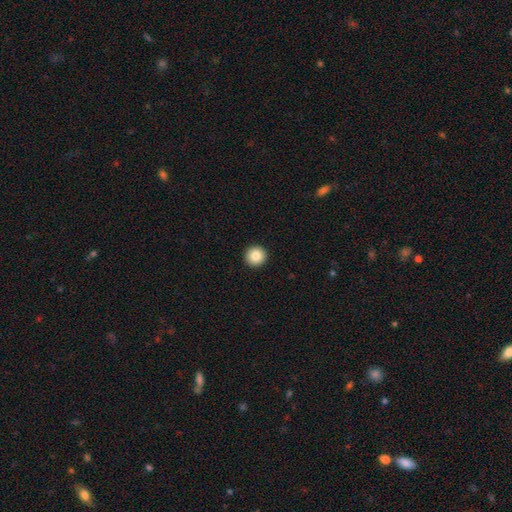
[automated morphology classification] Smooth or featured: smooth — 85% (star or artifact — 9%)
How rounded: round — 95% (in between — 4%)
Merging: none — 94% (minor disturbance — 4%)